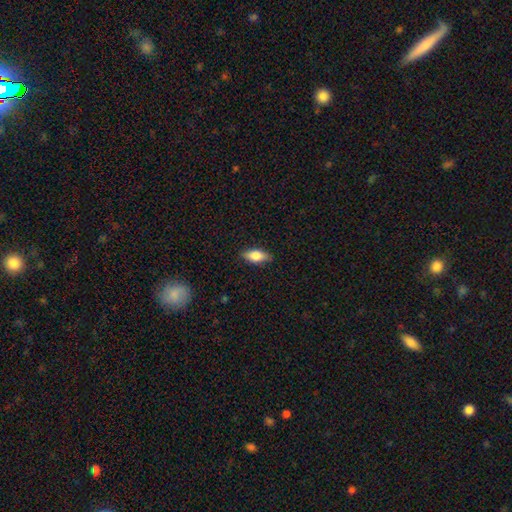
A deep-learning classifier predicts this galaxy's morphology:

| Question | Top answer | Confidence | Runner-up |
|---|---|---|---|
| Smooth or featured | smooth | 77% | featured or disk (16%) |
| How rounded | in between | 82% | cigar-shaped (15%) |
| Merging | none | 85% | minor disturbance (11%) |